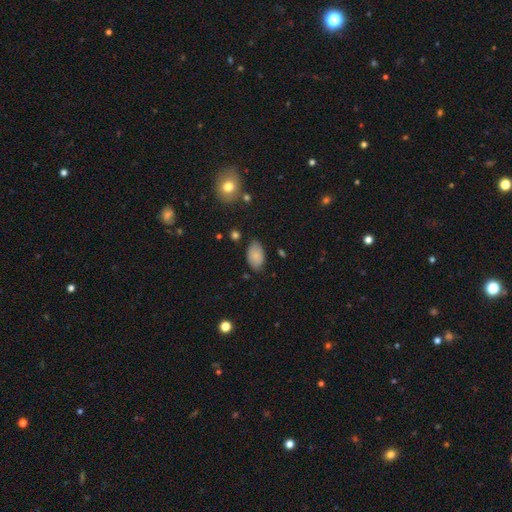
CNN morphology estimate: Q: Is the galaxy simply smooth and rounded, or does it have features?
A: smooth — 81%.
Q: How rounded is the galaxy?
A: in between — 92%.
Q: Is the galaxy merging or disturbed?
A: none — 78%.